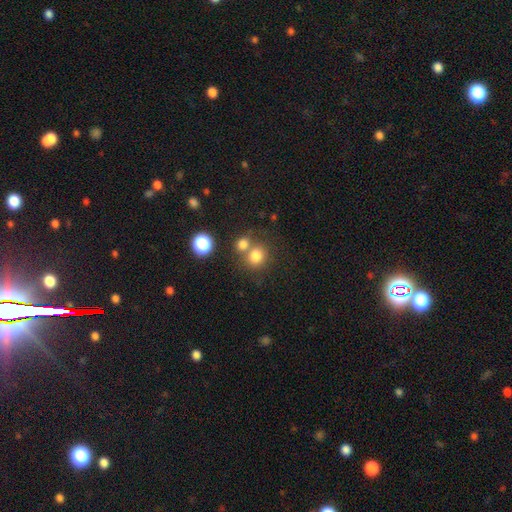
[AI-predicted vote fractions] smooth 77%, star or artifact 15%, featured or disk 9%. Down the decision tree: how rounded — round (79%); merging — none (51%).